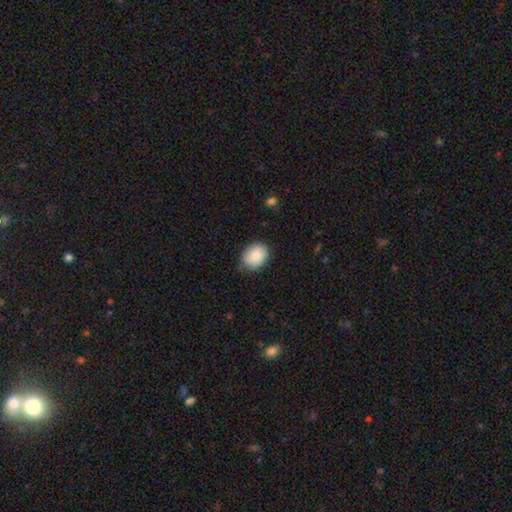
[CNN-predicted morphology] Smooth or featured?
  - smooth: 83% *
  - featured or disk: 10%
  - star or artifact: 7%
How rounded?
  - in between: 51% *
  - round: 48%
  - cigar-shaped: 1%
Merging?
  - none: 75% *
  - minor disturbance: 20%
  - major disturbance: 3%
  - merger: 1%